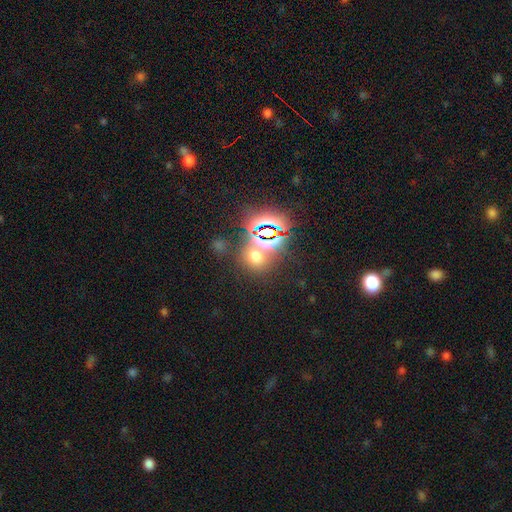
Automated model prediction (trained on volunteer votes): Q: Smooth or featured?
A: smooth (48%); runner-up: star or artifact (45%)
Q: Merging?
A: none (66%); runner-up: merger (19%)